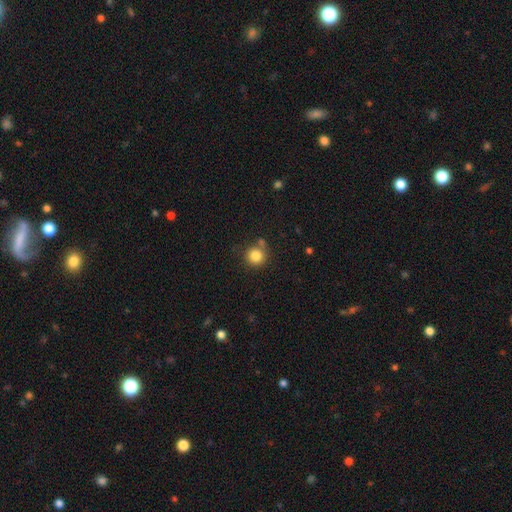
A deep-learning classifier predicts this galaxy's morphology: Smooth or featured? Predicted: smooth (p=0.83). How rounded? Predicted: round (p=0.92). Merging? Predicted: none (p=0.72).